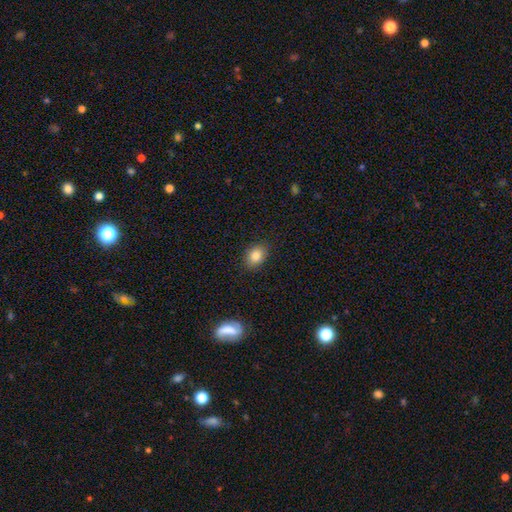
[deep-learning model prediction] A smooth galaxy with no disk features (84%) that is in between round and cigar-shaped (66%).

Vote fractions:
- Smooth or featured? smooth: 84% / star or artifact: 9% / featured or disk: 7%
- How rounded? in between: 66% / round: 33% / cigar-shaped: 1%
- Merging? none: 86% / minor disturbance: 10% / major disturbance: 2% / merger: 1%